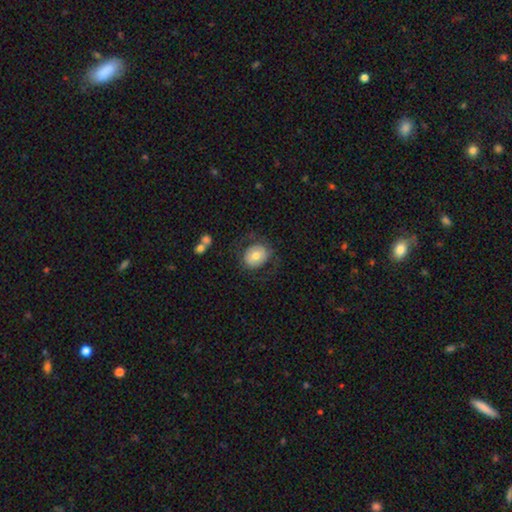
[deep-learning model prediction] The model was most divided on "how rounded": round: 67%, in between: 32%, cigar-shaped: 1%. More confident: merging — none (71%); smooth or featured — smooth (65%).